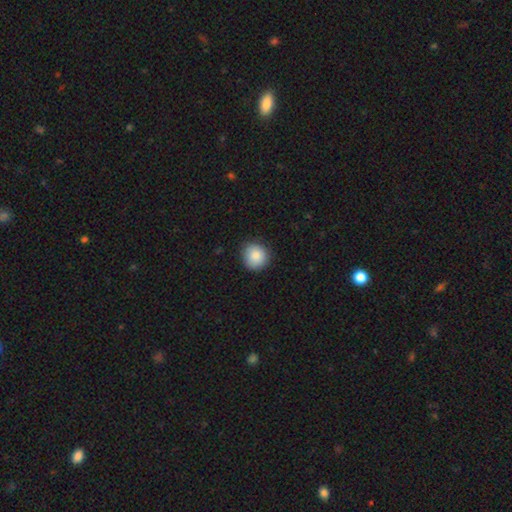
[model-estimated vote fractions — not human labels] Smooth or featured? Predicted: smooth (p=0.86). How rounded? Predicted: round (p=0.93). Merging? Predicted: none (p=0.88).